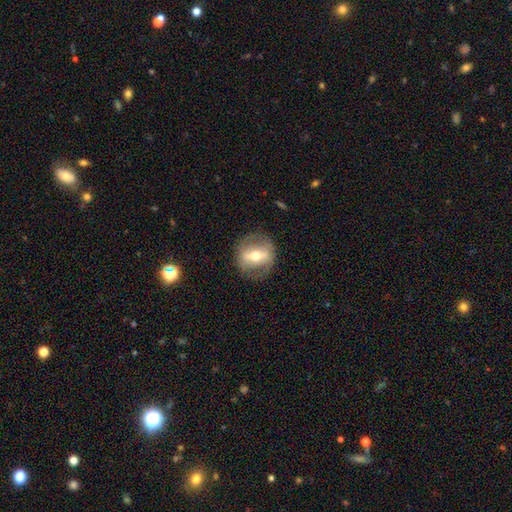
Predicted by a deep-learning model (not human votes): Smooth or featured? Predicted: featured or disk (p=0.62). Edge-on disk? Predicted: no (p=0.82). Bar? Predicted: strong (p=0.59). Spiral arms? Predicted: no (p=0.73). Bulge size? Predicted: moderate (p=0.69). Merging? Predicted: none (p=0.80).